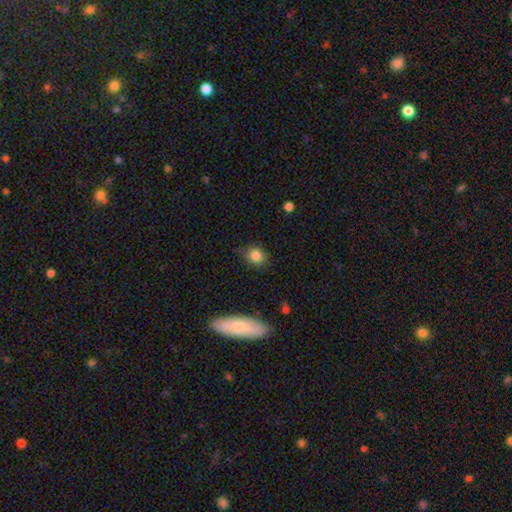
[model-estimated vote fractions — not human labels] Smooth or featured? Predicted: smooth (p=0.82). How rounded? Predicted: round (p=0.73). Merging? Predicted: none (p=0.78).